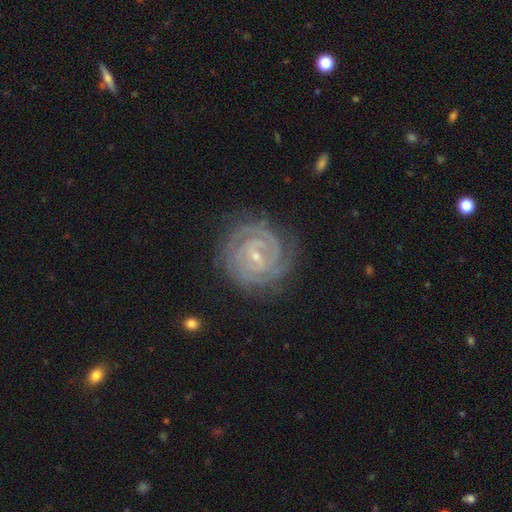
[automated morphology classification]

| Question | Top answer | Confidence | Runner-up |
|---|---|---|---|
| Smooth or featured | featured or disk | 90% | star or artifact (5%) |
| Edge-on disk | no | 98% | yes (2%) |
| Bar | weak | 46% | no (28%) |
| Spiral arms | yes | 98% | no (2%) |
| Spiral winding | tight | 85% | medium (13%) |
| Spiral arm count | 2 | 40% | 3 (19%) |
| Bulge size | small | 78% | moderate (18%) |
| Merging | none | 81% | minor disturbance (13%) |